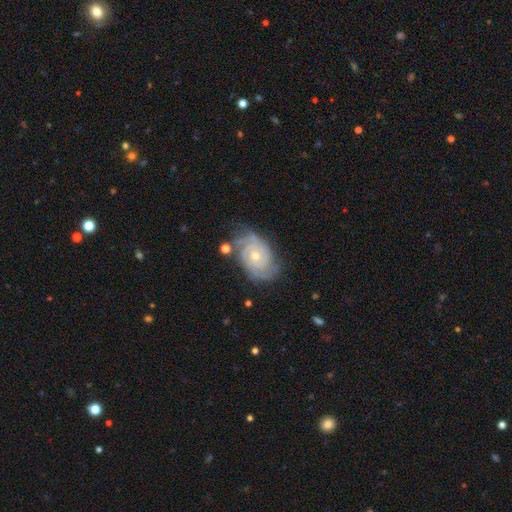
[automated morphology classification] Overall: featured or disk (87%). Edge-on disk: no (97%). Bar: no (74%). Spiral arms: yes (97%). Spiral arm count: 2 (34%; 3 27%). Spiral winding: tight (73%). Bulge size: small (49%; moderate 48%). Merging: none (69%).